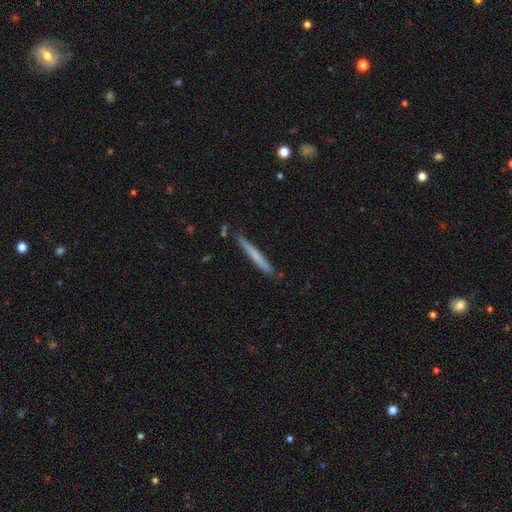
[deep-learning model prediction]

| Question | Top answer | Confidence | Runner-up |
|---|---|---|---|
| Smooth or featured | smooth | 62% | featured or disk (32%) |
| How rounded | cigar-shaped | 97% | in between (2%) |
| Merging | none | 84% | minor disturbance (12%) |